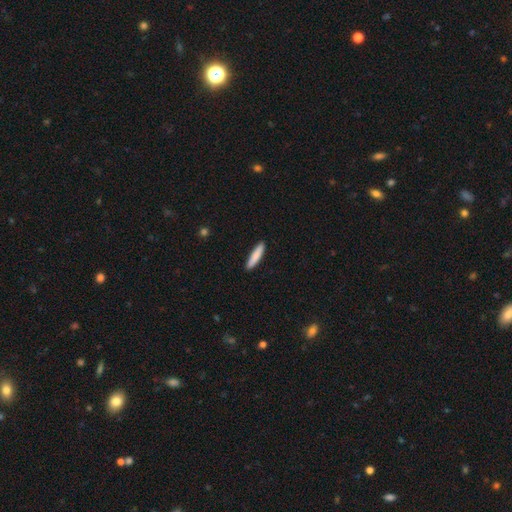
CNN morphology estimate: Smooth or featured? smooth (85%)
How rounded? cigar-shaped (87%)
Merging? none (90%)